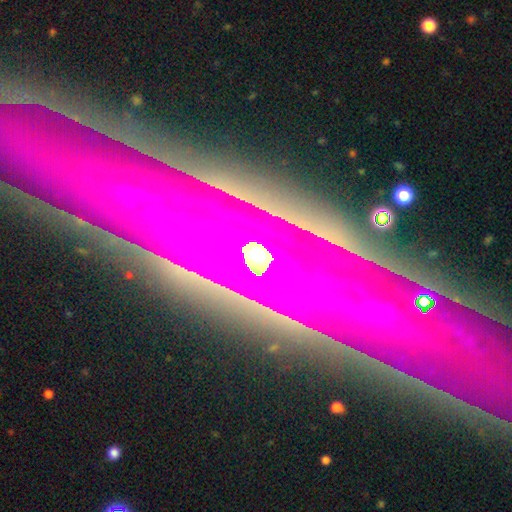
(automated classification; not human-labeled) Smooth or featured? Predicted: featured or disk (p=0.83). Edge-on disk? Predicted: yes (p=0.70). Edge-on bulge? Predicted: rounded (p=0.76). Merging? Predicted: none (p=0.83).